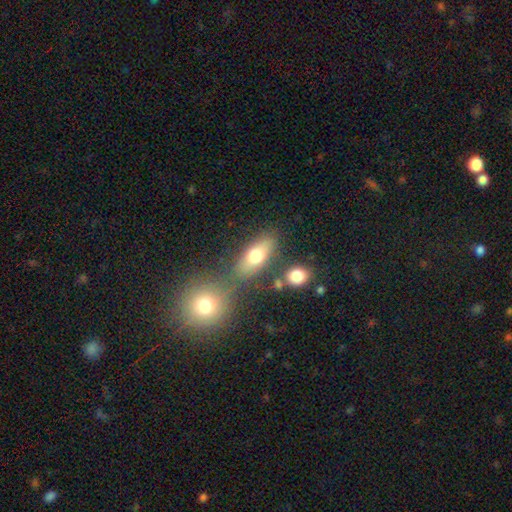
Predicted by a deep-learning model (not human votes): Smooth or featured?
  - smooth: 70% *
  - featured or disk: 20%
  - star or artifact: 10%
How rounded?
  - in between: 72% *
  - cigar-shaped: 18%
  - round: 10%
Merging?
  - none: 70% *
  - merger: 14%
  - minor disturbance: 12%
  - major disturbance: 5%